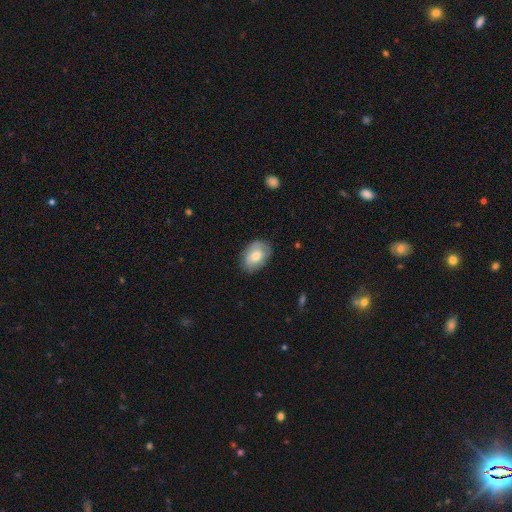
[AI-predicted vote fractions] This appears to be a smooth galaxy with no disk features (64%) that is in between round and cigar-shaped (79%). Merging: none (75%).